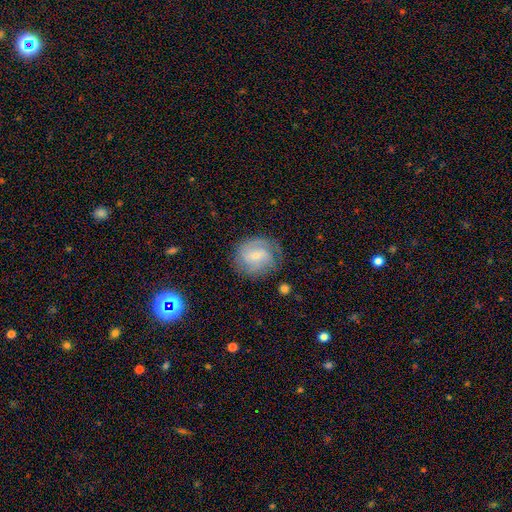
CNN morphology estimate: Q: Smooth or featured?
A: featured or disk (67%); runner-up: smooth (27%)
Q: Edge-on disk?
A: no (98%); runner-up: yes (2%)
Q: Bar?
A: weak (48%); runner-up: no (40%)
Q: Spiral arms?
A: yes (89%); runner-up: no (11%)
Q: Spiral winding?
A: tight (45%); runner-up: medium (40%)
Q: Spiral arm count?
A: 2 (46%); runner-up: can't tell (28%)
Q: Bulge size?
A: small (72%); runner-up: moderate (24%)
Q: Merging?
A: none (71%); runner-up: minor disturbance (19%)